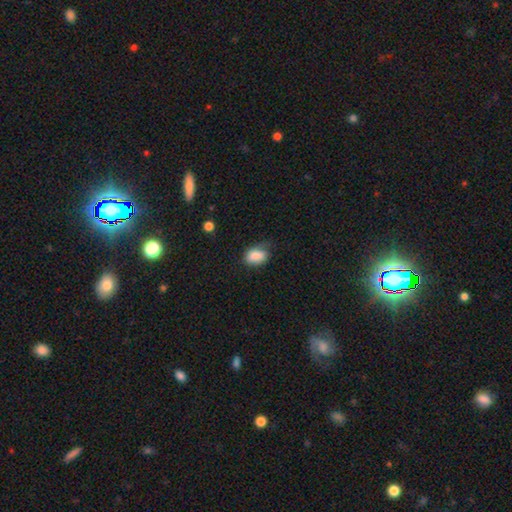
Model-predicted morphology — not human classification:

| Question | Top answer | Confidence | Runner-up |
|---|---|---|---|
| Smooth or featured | smooth | 83% | featured or disk (9%) |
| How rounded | in between | 83% | round (15%) |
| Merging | none | 54% | minor disturbance (33%) |